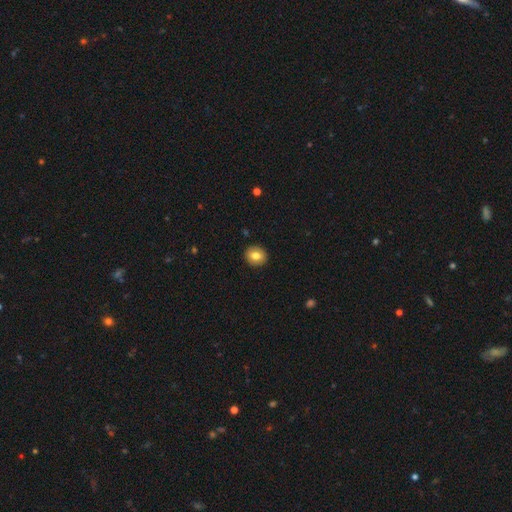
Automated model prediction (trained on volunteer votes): Overall: smooth (79%). How rounded: round (79%). Merging: none (91%).